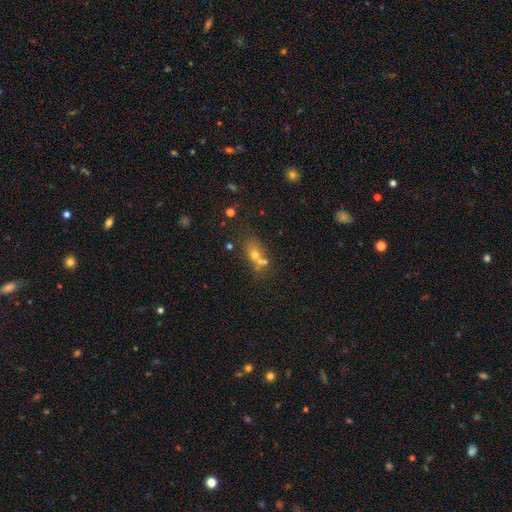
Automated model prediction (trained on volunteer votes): Smooth or featured? Predicted: smooth (p=0.53). How rounded? Predicted: round (p=0.50). Merging? Predicted: none (p=0.44).